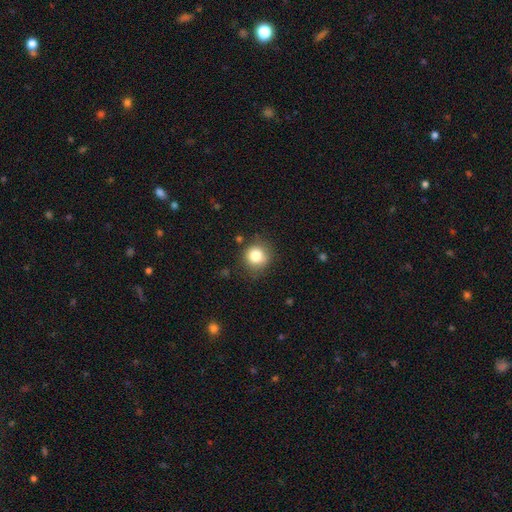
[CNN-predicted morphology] A smooth galaxy with no disk features (82%) that is round (88%). Merging: none (80%).